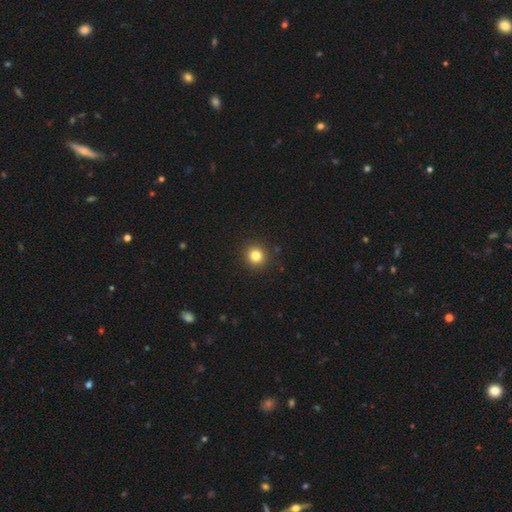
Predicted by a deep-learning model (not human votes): Smooth or featured: smooth — 82% (star or artifact — 12%)
How rounded: round — 93% (in between — 6%)
Merging: none — 91% (minor disturbance — 5%)